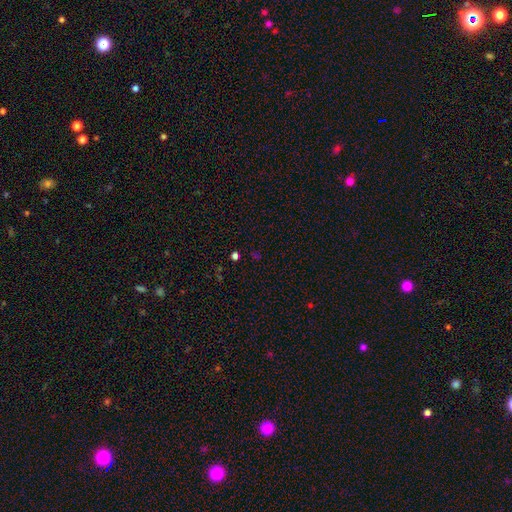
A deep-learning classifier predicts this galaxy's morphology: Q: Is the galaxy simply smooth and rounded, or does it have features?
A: star or artifact — 55%.